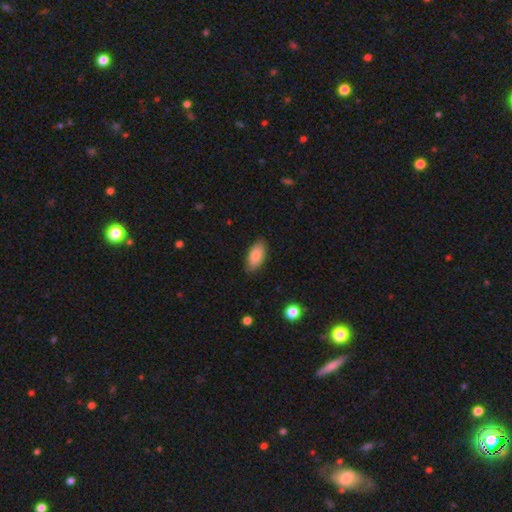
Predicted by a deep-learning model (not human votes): Smooth or featured: smooth — 86% (featured or disk — 8%)
How rounded: in between — 91% (cigar-shaped — 6%)
Merging: none — 84% (minor disturbance — 12%)